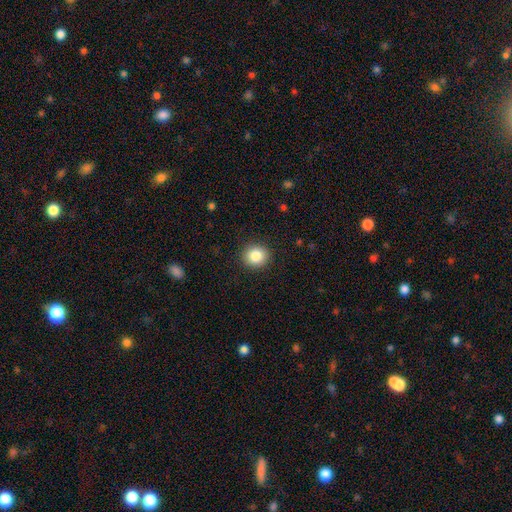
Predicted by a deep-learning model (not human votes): A smooth galaxy with no disk features (85%) that is round (85%).

Vote fractions:
- Smooth or featured? smooth: 85% / star or artifact: 9% / featured or disk: 6%
- How rounded? round: 85% / in between: 14% / cigar-shaped: 1%
- Merging? none: 91% / minor disturbance: 6% / major disturbance: 2% / merger: 1%